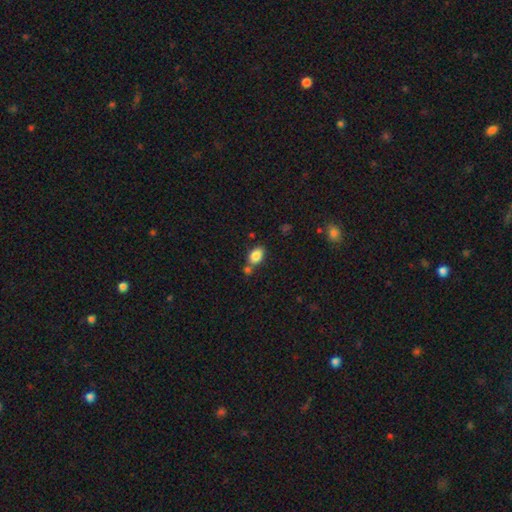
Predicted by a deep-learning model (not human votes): Overall: smooth (85%). How rounded: in between (84%). Merging: none (59%; merger 23%).